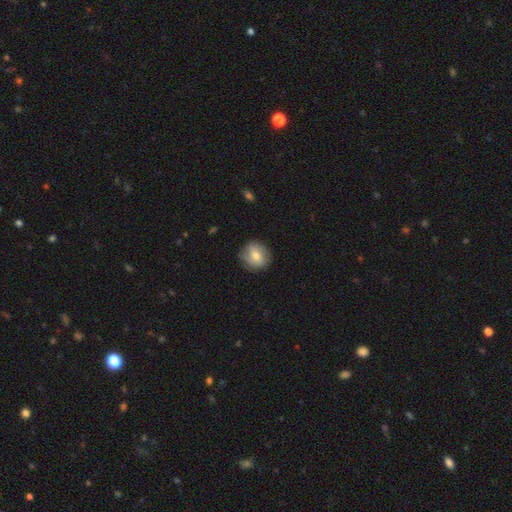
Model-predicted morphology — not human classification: smooth-or-featured: smooth: 62% | featured or disk: 30% | star or artifact: 8%
  how-rounded: round: 78% | in between: 21% | cigar-shaped: 1%
  merging: none: 79% | minor disturbance: 16% | major disturbance: 4% | merger: 1%